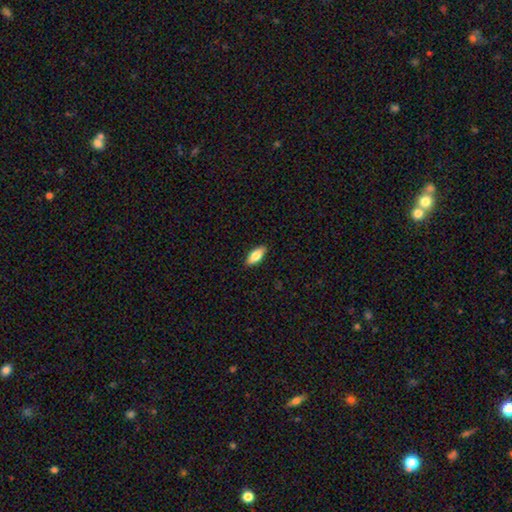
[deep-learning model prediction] Smooth or featured? Predicted: smooth (p=0.77). How rounded? Predicted: in between (p=0.79). Merging? Predicted: none (p=0.89).